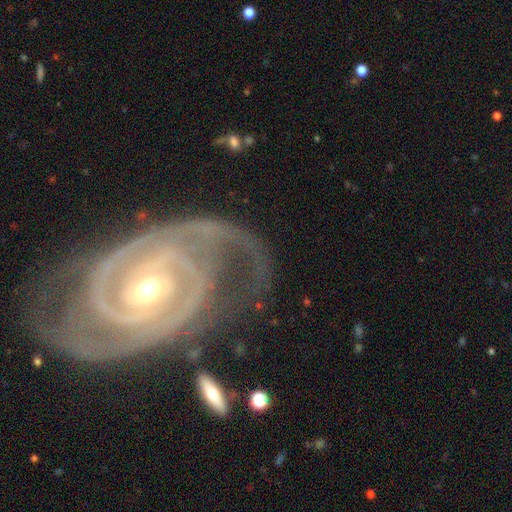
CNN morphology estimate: Smooth or featured? featured or disk (92%)
Edge-on disk? no (97%)
Bar? no (45%)
Spiral arms? yes (98%)
Spiral winding? tight (73%)
Spiral arm count? 2 (58%)
Bulge size? moderate (50%)
Merging? none (68%)